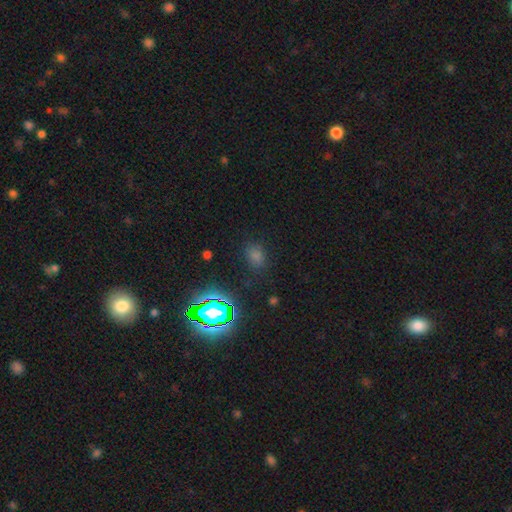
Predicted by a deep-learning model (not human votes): This appears to be a smooth galaxy with no disk features (55%) that is in between round and cigar-shaped (54%). Merging: none (82%).